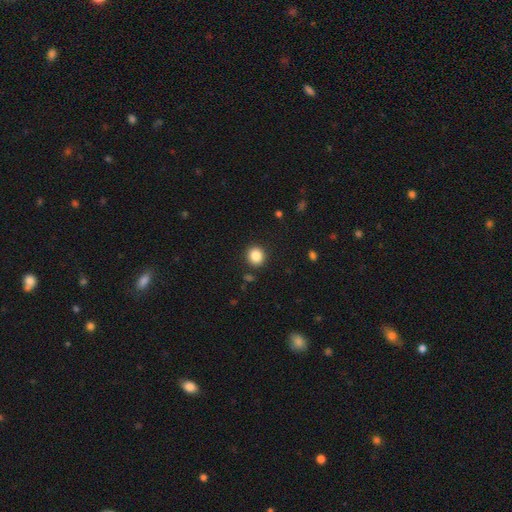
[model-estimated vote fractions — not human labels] Smooth or featured?
  - smooth: 86% *
  - star or artifact: 10%
  - featured or disk: 4%
How rounded?
  - round: 87% *
  - in between: 12%
  - cigar-shaped: 1%
Merging?
  - none: 90% *
  - minor disturbance: 6%
  - major disturbance: 2%
  - merger: 2%